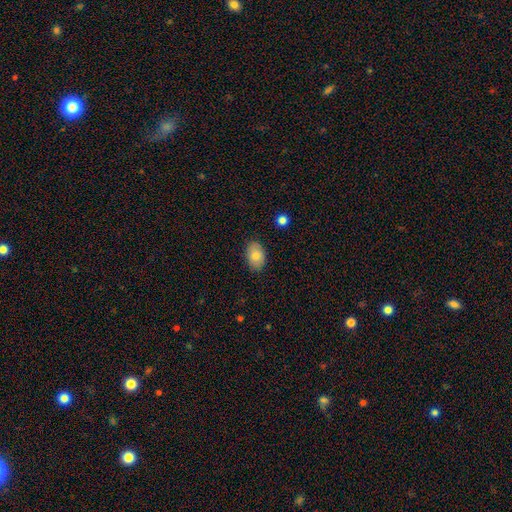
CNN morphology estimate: Q: Smooth or featured?
A: smooth (78%); runner-up: featured or disk (14%)
Q: How rounded?
A: in between (86%); runner-up: round (12%)
Q: Merging?
A: none (86%); runner-up: minor disturbance (11%)